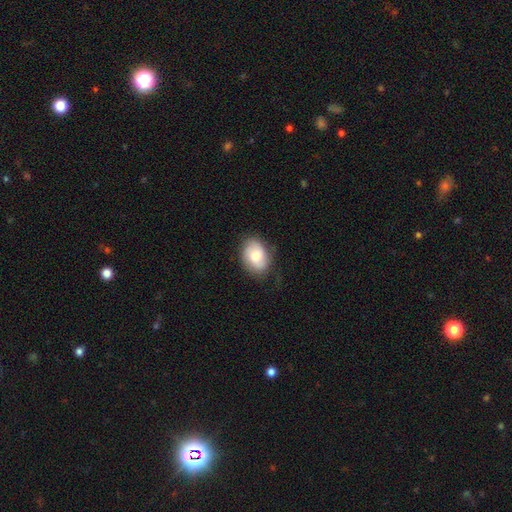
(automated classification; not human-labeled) smooth-or-featured: smooth: 66% | featured or disk: 28% | star or artifact: 7%
  how-rounded: in between: 77% | round: 22% | cigar-shaped: 1%
  merging: none: 74% | minor disturbance: 20% | major disturbance: 6% | merger: 1%